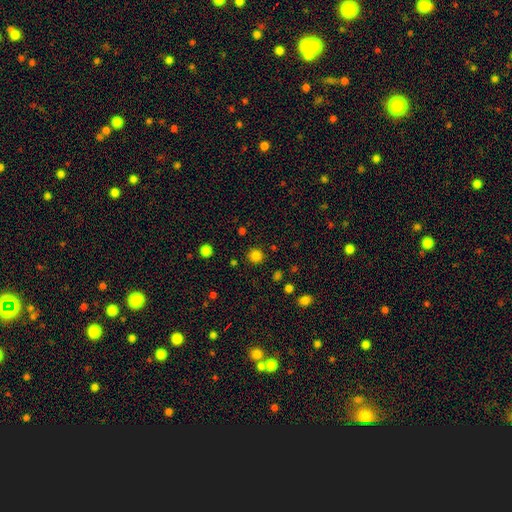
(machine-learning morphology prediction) smooth-or-featured: smooth: 82% | star or artifact: 15% | featured or disk: 4%
  how-rounded: round: 93% | in between: 6% | cigar-shaped: 1%
  merging: none: 89% | minor disturbance: 6% | major disturbance: 2% | merger: 2%